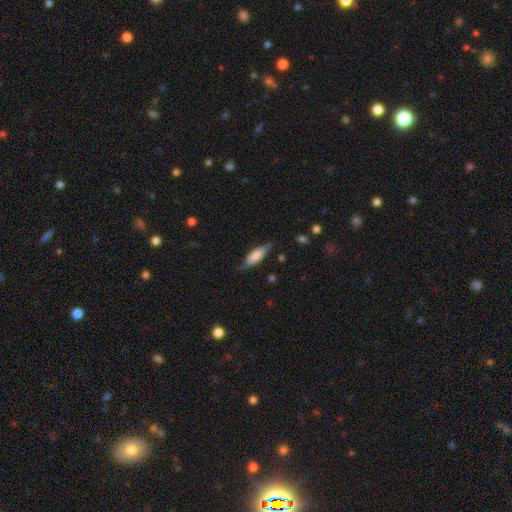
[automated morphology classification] smooth 66%, featured or disk 28%, star or artifact 6%. Down the decision tree: how rounded — in between (53%); merging — none (68%).